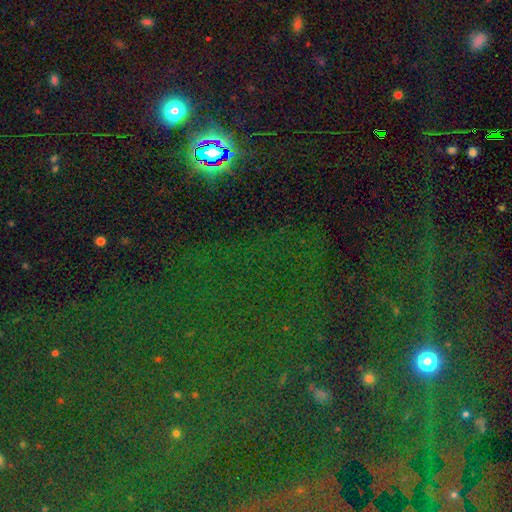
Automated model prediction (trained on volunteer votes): This is clearly a star or artifact rather than a galaxy (82%).